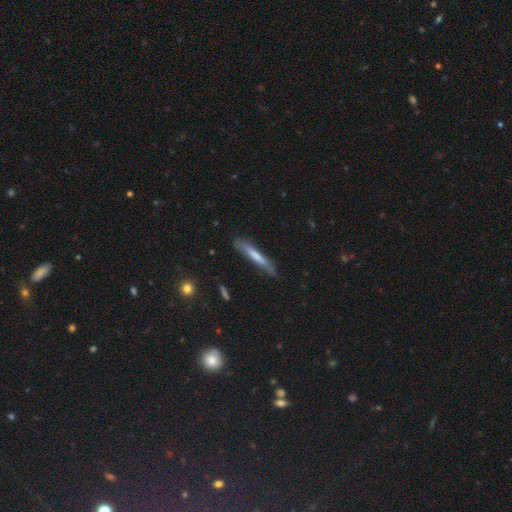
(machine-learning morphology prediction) A smooth galaxy with no disk features (59%) that is cigar-shaped (94%).

Vote fractions:
- Smooth or featured? smooth: 59% / featured or disk: 35% / star or artifact: 6%
- How rounded? cigar-shaped: 94% / in between: 5% / round: 1%
- Merging? none: 73% / minor disturbance: 21% / major disturbance: 5% / merger: 2%